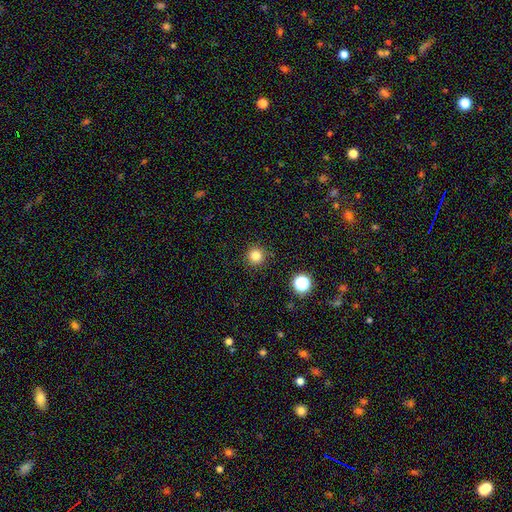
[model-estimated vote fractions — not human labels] A smooth galaxy with no disk features (82%) that is round (96%).

Vote fractions:
- Smooth or featured? smooth: 82% / star or artifact: 13% / featured or disk: 5%
- How rounded? round: 96% / in between: 3% / cigar-shaped: 1%
- Merging? none: 90% / minor disturbance: 6% / major disturbance: 2% / merger: 2%